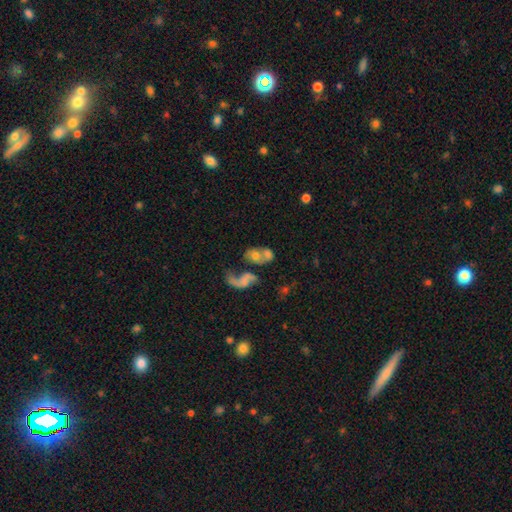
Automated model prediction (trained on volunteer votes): smooth 49%, featured or disk 39%, star or artifact 12%. Down the decision tree: merging — merger (62%).